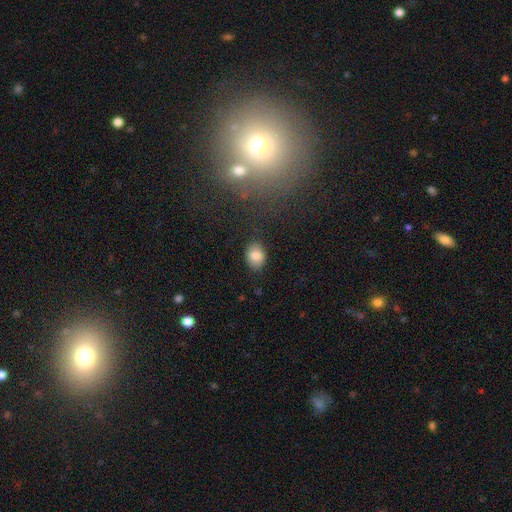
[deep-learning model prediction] A smooth galaxy with no disk features (85%) that is in between round and cigar-shaped (67%). Merging: none (84%).